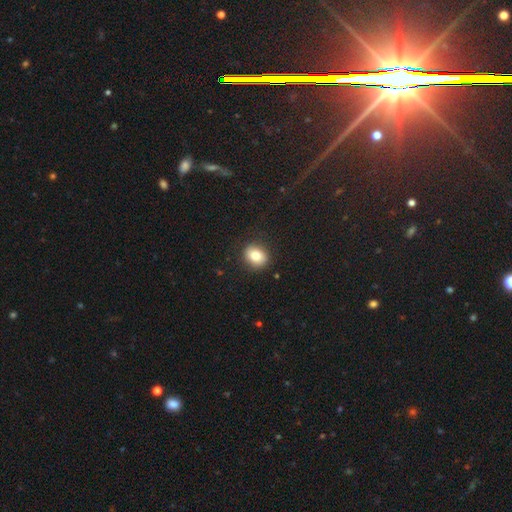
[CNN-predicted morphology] This appears to be a smooth galaxy with no disk features (82%) that is round (60%). Merging: none (87%).